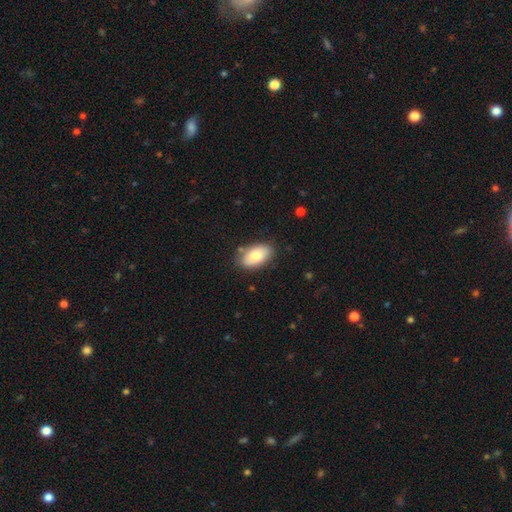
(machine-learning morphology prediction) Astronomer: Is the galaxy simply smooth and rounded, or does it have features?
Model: smooth — 77%.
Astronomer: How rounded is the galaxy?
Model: in between — 94%.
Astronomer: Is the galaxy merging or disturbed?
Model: none — 80%.